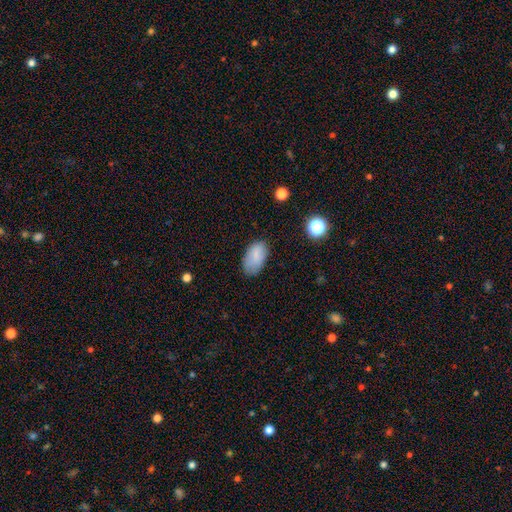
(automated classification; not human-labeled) smooth_or_featured: smooth (p=0.83) [alt: star or artifact p=0.09]
how_rounded: in between (p=0.94) [alt: round p=0.04]
merging: none (p=0.71) [alt: minor disturbance p=0.23]